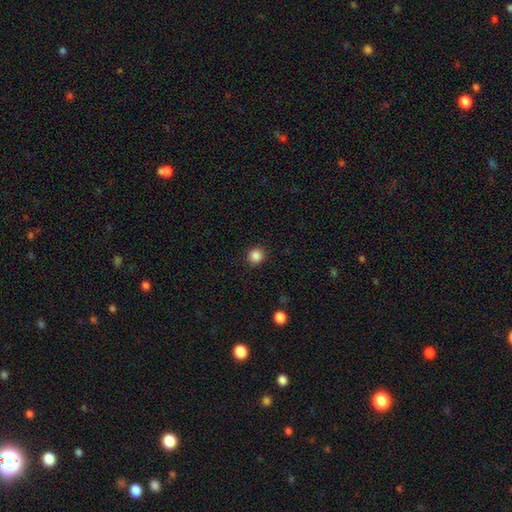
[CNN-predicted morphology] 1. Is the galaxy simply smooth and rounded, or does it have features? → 87% smooth, 10% star or artifact, 3% featured or disk.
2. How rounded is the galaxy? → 89% round, 10% in between, 1% cigar-shaped.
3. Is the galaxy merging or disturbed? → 90% none, 6% minor disturbance, 2% major disturbance, 1% merger.